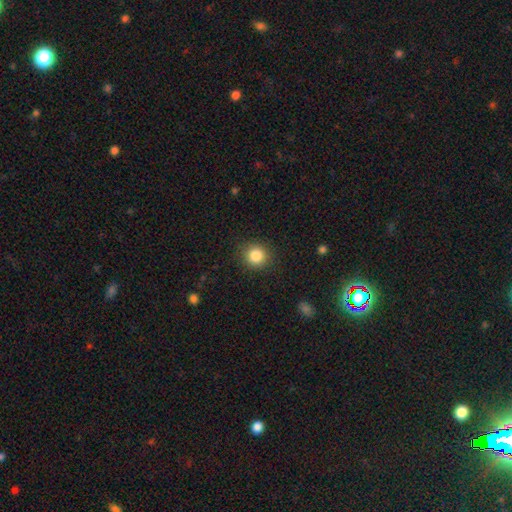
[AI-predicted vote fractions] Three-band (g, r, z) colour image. It shows a smooth galaxy with no disk features (85%) that is round (90%). Merging: none (89%).